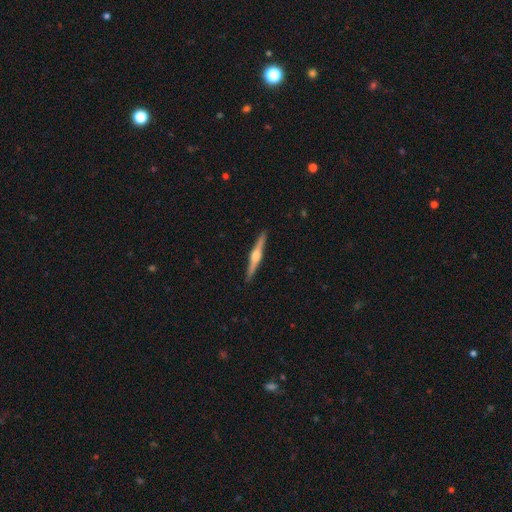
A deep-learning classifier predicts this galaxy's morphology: Smooth or featured: featured or disk — 77% (smooth — 18%)
Edge-on disk: yes — 98% (no — 2%)
Edge-on bulge: rounded — 91% (boxy — 6%)
Merging: none — 92% (minor disturbance — 6%)